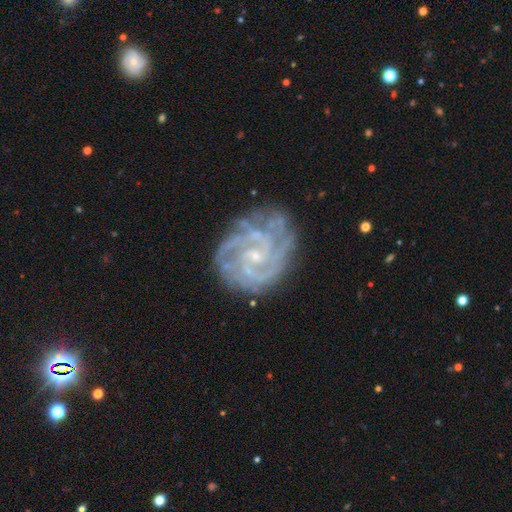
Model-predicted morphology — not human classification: featured or disk 89%, star or artifact 6%, smooth 5%. Down the decision tree: edge-on disk — no (98%); bar — no (58%); spiral arms — yes (97%); spiral arm count — 3 (26%); spiral winding — tight (65%); bulge size — small (74%); merging — none (74%).